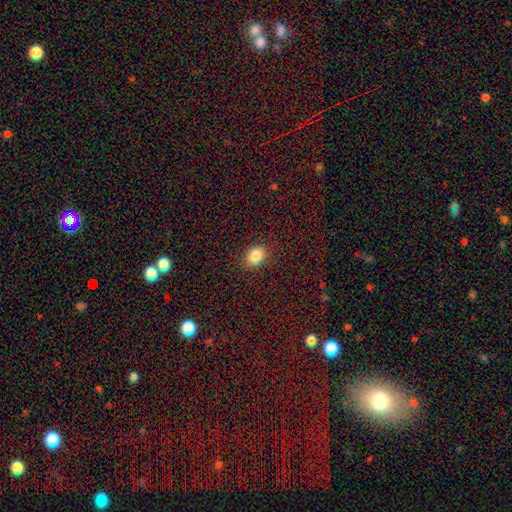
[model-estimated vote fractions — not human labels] A smooth galaxy with no disk features (85%) that is in between round and cigar-shaped (61%). Merging: none (87%).